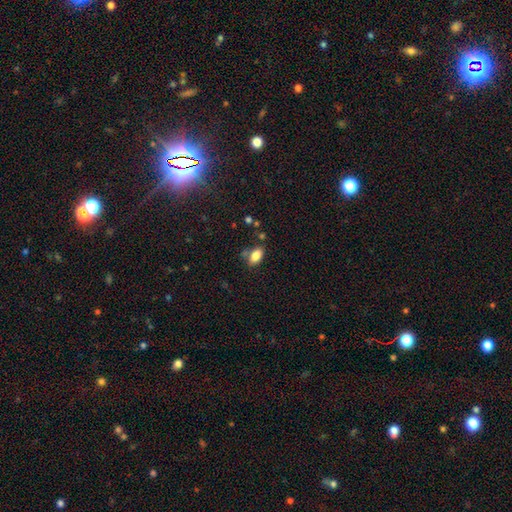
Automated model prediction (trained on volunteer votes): Smooth or featured?
  - smooth: 83% *
  - star or artifact: 9%
  - featured or disk: 8%
How rounded?
  - in between: 90% *
  - round: 5%
  - cigar-shaped: 5%
Merging?
  - none: 71% *
  - minor disturbance: 16%
  - merger: 9%
  - major disturbance: 4%